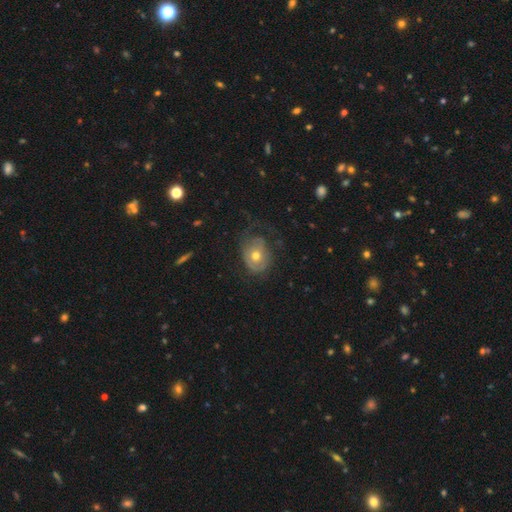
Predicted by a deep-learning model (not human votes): Smooth or featured?
  - featured or disk: 50% *
  - smooth: 42%
  - star or artifact: 8%
Merging?
  - none: 44% *
  - major disturbance: 28%
  - minor disturbance: 26%
  - merger: 2%